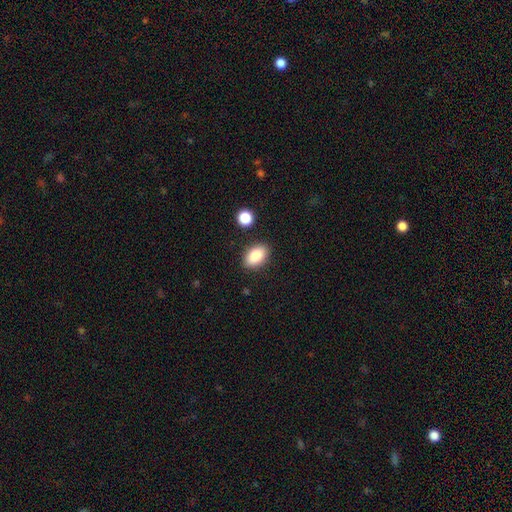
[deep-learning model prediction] Morphology: type=smooth (87%); roundness=in between (91%); merging=none (86%).